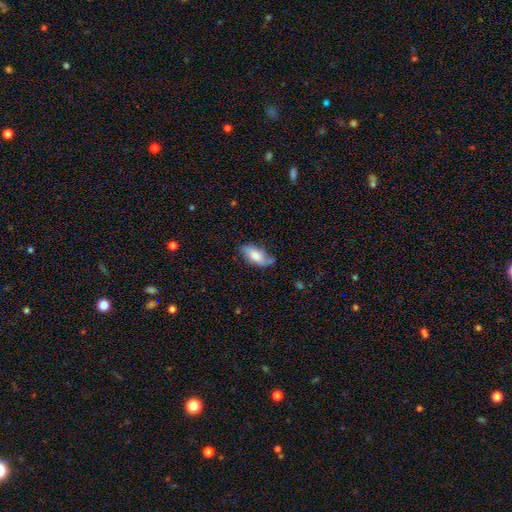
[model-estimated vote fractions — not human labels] smooth 66%, featured or disk 27%, star or artifact 7%. Down the decision tree: how rounded — in between (83%); merging — none (57%).